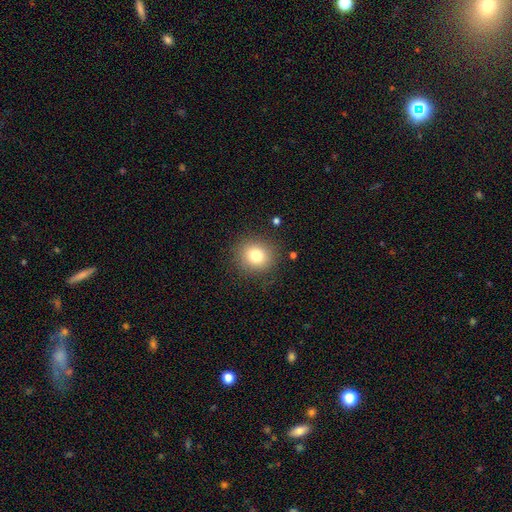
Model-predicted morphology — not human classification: Smooth or featured: smooth — 78% (star or artifact — 12%)
How rounded: round — 86% (in between — 13%)
Merging: none — 86% (minor disturbance — 9%)